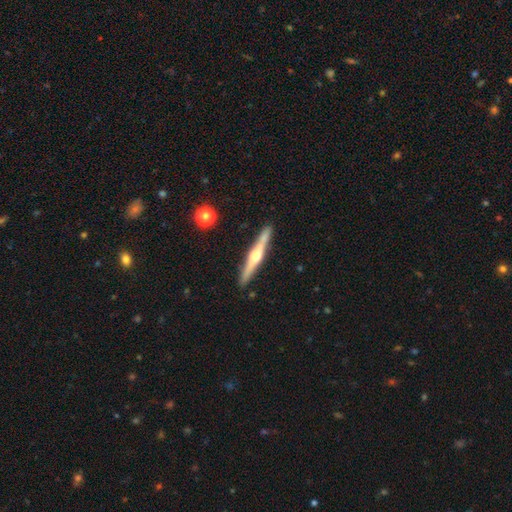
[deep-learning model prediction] Smooth or featured?
  - featured or disk: 72% *
  - smooth: 23%
  - star or artifact: 5%
Edge-on disk?
  - yes: 98% *
  - no: 2%
Edge-on bulge?
  - rounded: 87% *
  - boxy: 8%
  - none: 5%
Merging?
  - none: 89% *
  - minor disturbance: 8%
  - merger: 2%
  - major disturbance: 1%